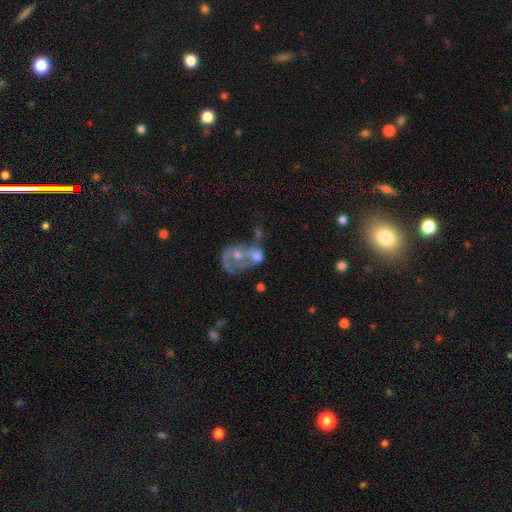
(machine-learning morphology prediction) A featured or disk galaxy (54%) with no bar (84%), no spiral arms (69%) and a moderate central bulge (53%).

Vote fractions:
- Smooth or featured? featured or disk: 54% / smooth: 36% / star or artifact: 10%
- Edge-on disk? no: 97% / yes: 3%
- Bar? no: 84% / weak: 13% / strong: 3%
- Spiral arms? no: 69% / yes: 31%
- Bulge size? moderate: 53% / small: 22% / none: 14% / large: 9% / dominant: 2%
- Merging? merger: 64% / major disturbance: 16% / none: 12% / minor disturbance: 7%